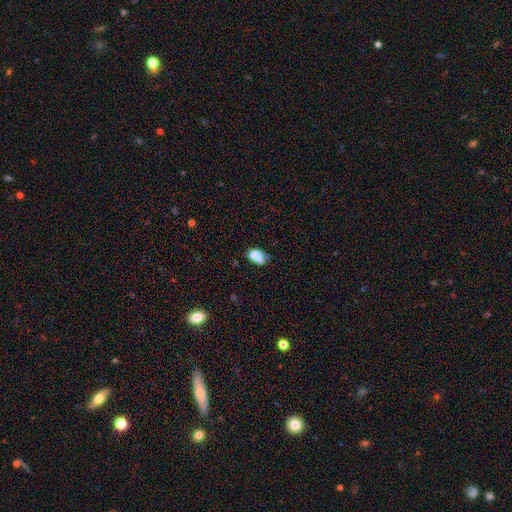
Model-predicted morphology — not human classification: Smooth or featured: smooth — 69% (featured or disk — 19%)
How rounded: in between — 72% (round — 26%)
Merging: merger — 34% (none — 31%)